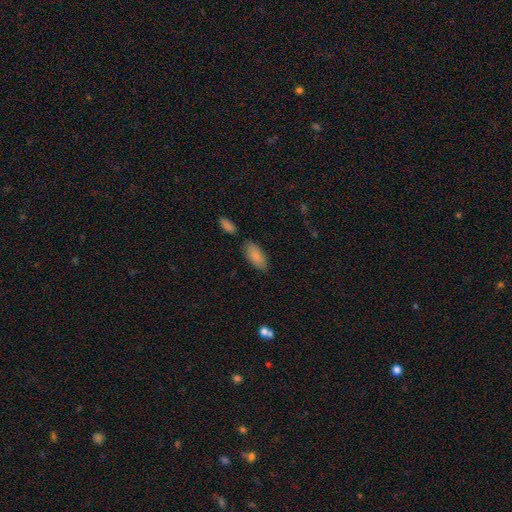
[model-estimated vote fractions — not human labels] Smooth or featured: smooth — 86% (featured or disk — 7%)
How rounded: in between — 88% (cigar-shaped — 10%)
Merging: none — 76% (minor disturbance — 14%)